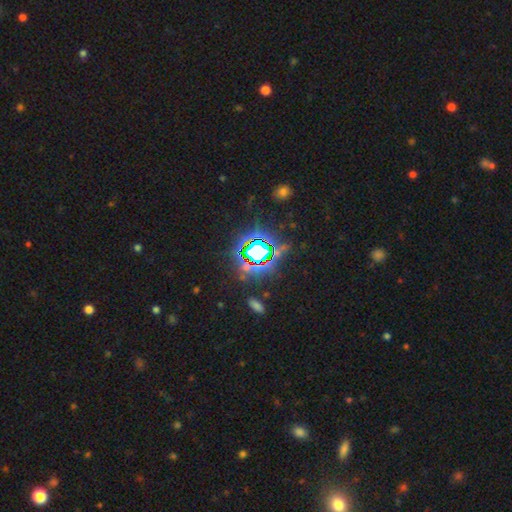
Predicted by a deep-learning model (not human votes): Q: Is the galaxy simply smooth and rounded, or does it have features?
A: star or artifact — 77%.